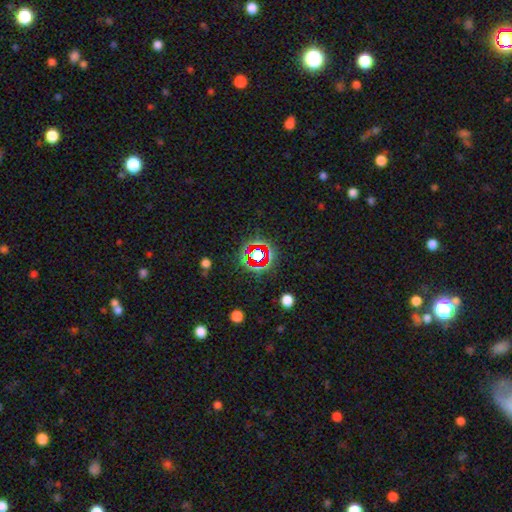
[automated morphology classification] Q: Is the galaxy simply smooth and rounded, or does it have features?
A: star or artifact — 68%.